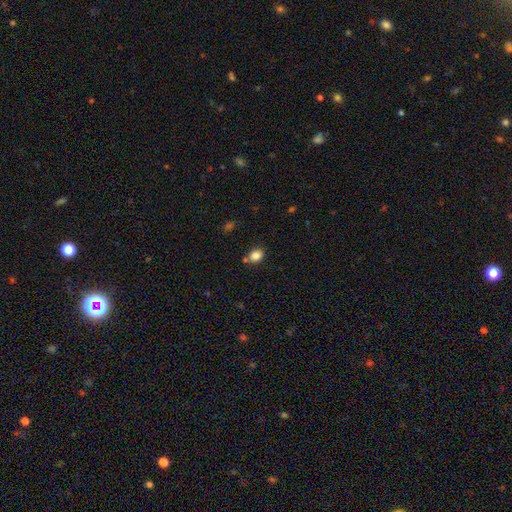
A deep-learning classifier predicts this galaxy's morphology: The model was most divided on "how rounded": in between: 56%, round: 43%, cigar-shaped: 1%. More confident: smooth or featured — smooth (85%); merging — none (72%).